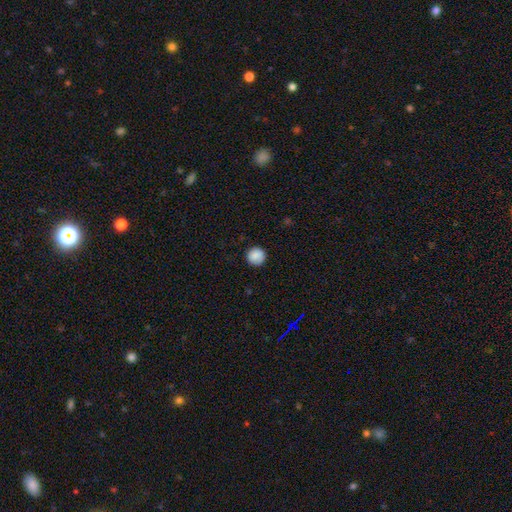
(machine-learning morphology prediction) This appears to be a smooth galaxy with no disk features (88%) that is round (94%). Merging: none (88%).